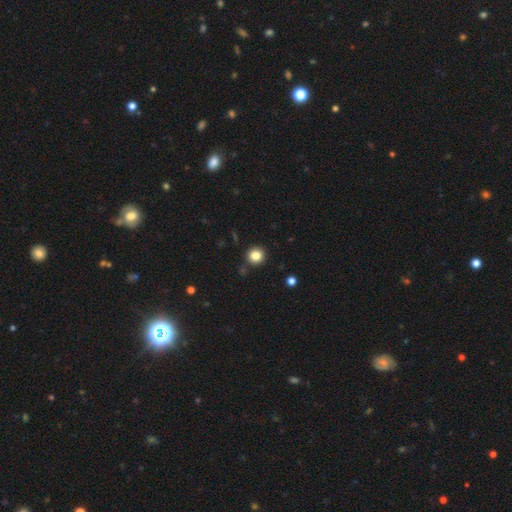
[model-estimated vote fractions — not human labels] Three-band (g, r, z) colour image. It shows a smooth galaxy with no disk features (83%) that is round (93%). Merging: none (88%).